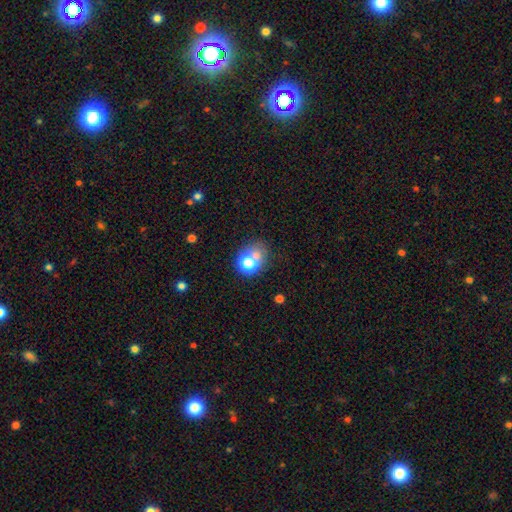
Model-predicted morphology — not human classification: This is likely a smooth galaxy (65%). How rounded: likely round (60%). Merging: marginally merger (42%).